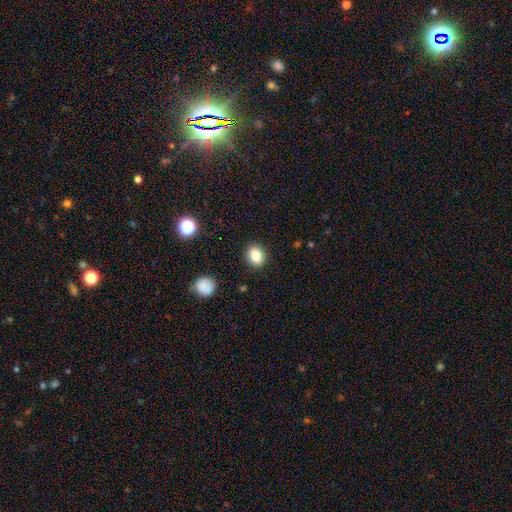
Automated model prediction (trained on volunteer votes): smooth 84%, star or artifact 10%, featured or disk 7%. Down the decision tree: how rounded — in between (52%); merging — none (89%).